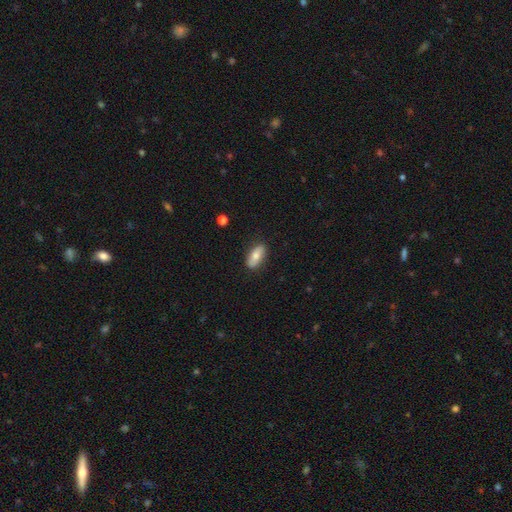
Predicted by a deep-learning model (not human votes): Smooth or featured? smooth (69%)
How rounded? in between (83%)
Merging? none (84%)